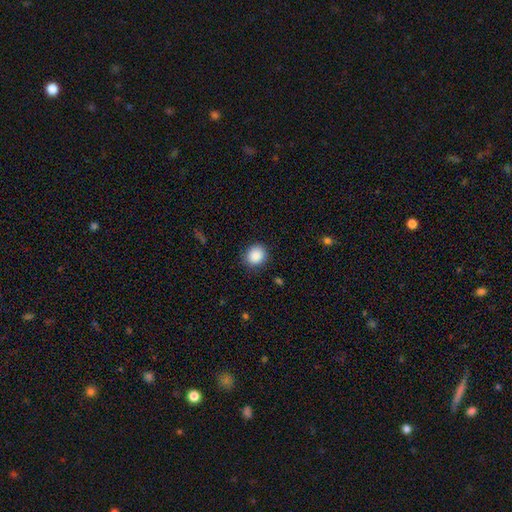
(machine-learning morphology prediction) smooth-or-featured: smooth: 89% | star or artifact: 8% | featured or disk: 3%
  how-rounded: round: 79% | in between: 21% | cigar-shaped: 1%
  merging: none: 87% | minor disturbance: 9% | major disturbance: 3% | merger: 1%